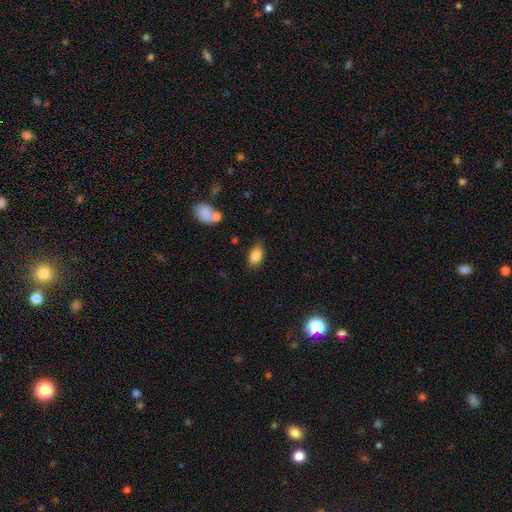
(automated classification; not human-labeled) Smooth or featured? Predicted: smooth (p=0.86). How rounded? Predicted: in between (p=0.90). Merging? Predicted: none (p=0.76).